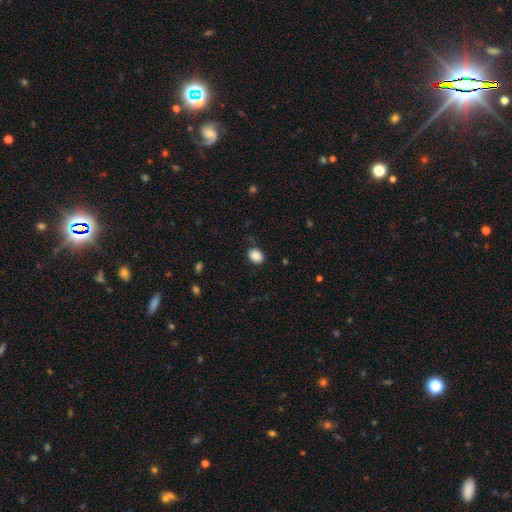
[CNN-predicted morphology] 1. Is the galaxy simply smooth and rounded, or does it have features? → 88% smooth, 9% star or artifact, 3% featured or disk.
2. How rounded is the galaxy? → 55% in between, 45% round, 1% cigar-shaped.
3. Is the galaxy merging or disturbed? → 82% none, 13% minor disturbance, 4% major disturbance, 1% merger.